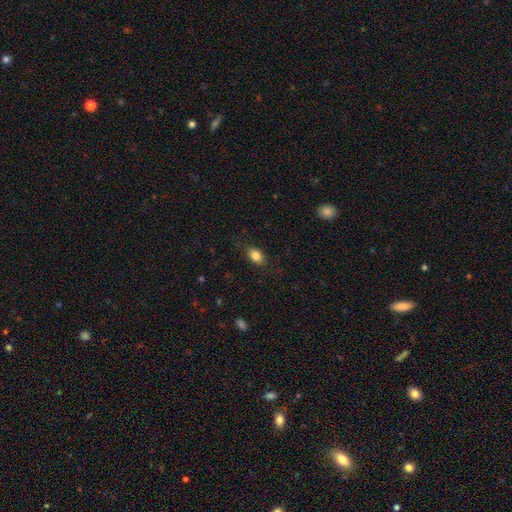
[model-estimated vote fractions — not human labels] smooth_or_featured: smooth (p=0.84) [alt: star or artifact p=0.09]
how_rounded: in between (p=0.80) [alt: round p=0.17]
merging: none (p=0.83) [alt: minor disturbance p=0.13]